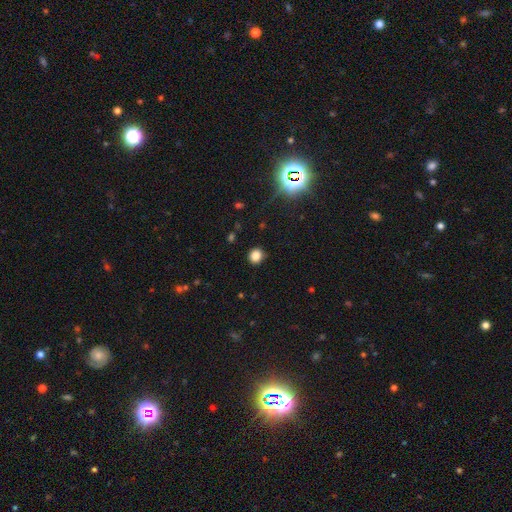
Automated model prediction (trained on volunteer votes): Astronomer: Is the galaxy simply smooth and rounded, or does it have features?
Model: smooth — 82%.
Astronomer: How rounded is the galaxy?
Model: round — 84%.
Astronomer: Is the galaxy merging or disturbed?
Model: none — 89%.